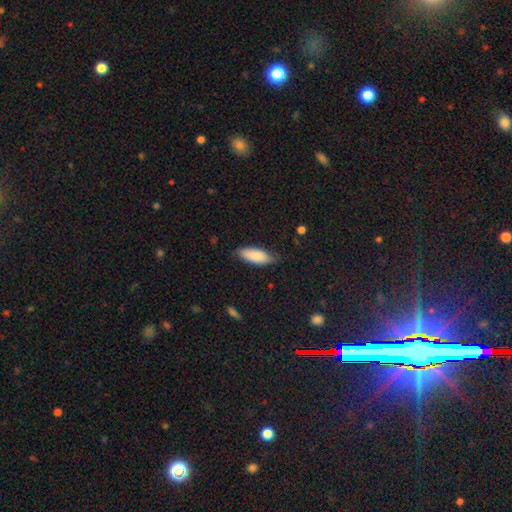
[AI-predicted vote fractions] smooth-or-featured: smooth: 83% | featured or disk: 11% | star or artifact: 6%
  how-rounded: in between: 77% | cigar-shaped: 21% | round: 2%
  merging: none: 72% | minor disturbance: 23% | major disturbance: 4% | merger: 1%